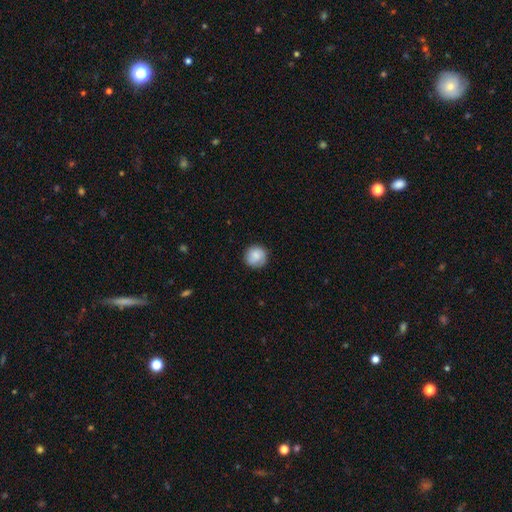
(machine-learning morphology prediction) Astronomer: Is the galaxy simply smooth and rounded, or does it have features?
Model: smooth — 75%.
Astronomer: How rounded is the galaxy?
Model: round — 93%.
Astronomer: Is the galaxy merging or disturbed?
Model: none — 84%.